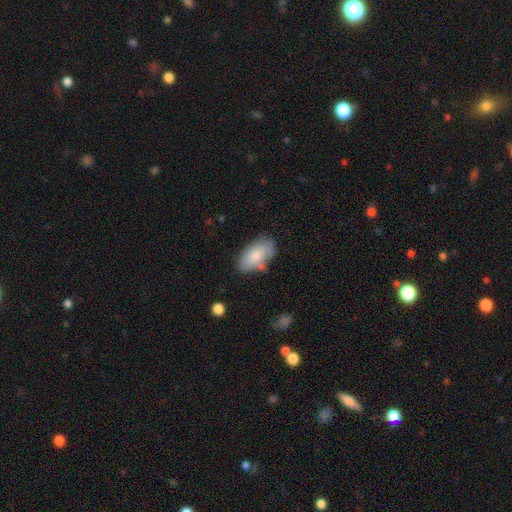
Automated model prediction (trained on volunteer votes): Smooth or featured? smooth (81%)
How rounded? in between (94%)
Merging? none (60%)